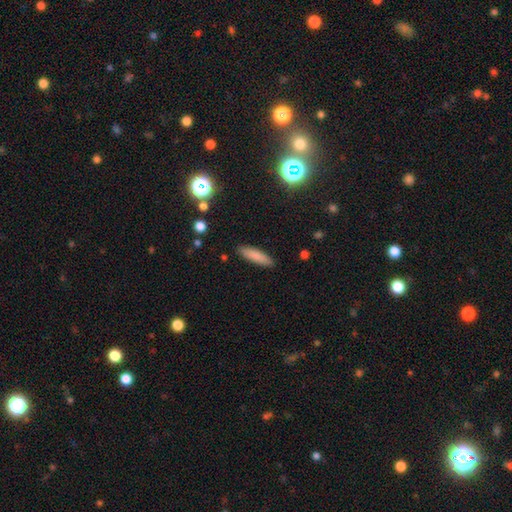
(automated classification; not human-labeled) Q: Smooth or featured?
A: smooth (83%); runner-up: featured or disk (9%)
Q: How rounded?
A: cigar-shaped (69%); runner-up: in between (29%)
Q: Merging?
A: none (89%); runner-up: minor disturbance (8%)